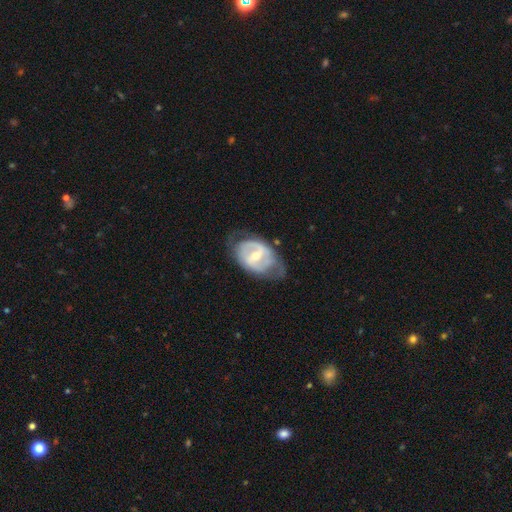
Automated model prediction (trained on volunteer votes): Smooth or featured: featured or disk — 73% (smooth — 21%)
Edge-on disk: no — 96% (yes — 4%)
Bar: weak — 44% (strong — 41%)
Spiral arms: yes — 64% (no — 36%)
Bulge size: moderate — 53% (small — 42%)
Merging: none — 53% (minor disturbance — 28%)